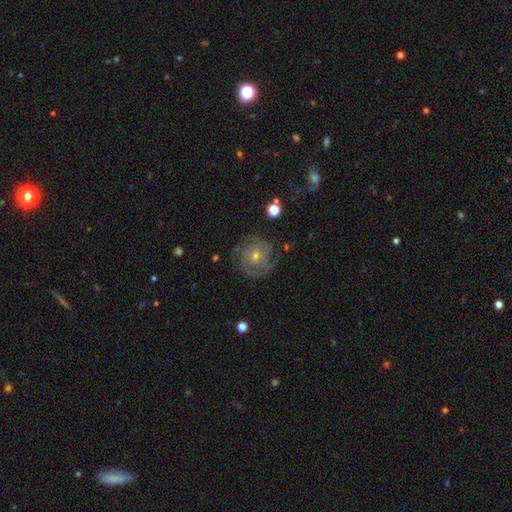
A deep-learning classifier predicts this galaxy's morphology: A featured or disk galaxy (80%) with no bar (80%), 3 (28%) tight (68%) spiral arms (96%) and a small central bulge (58%). Merging: none (80%).